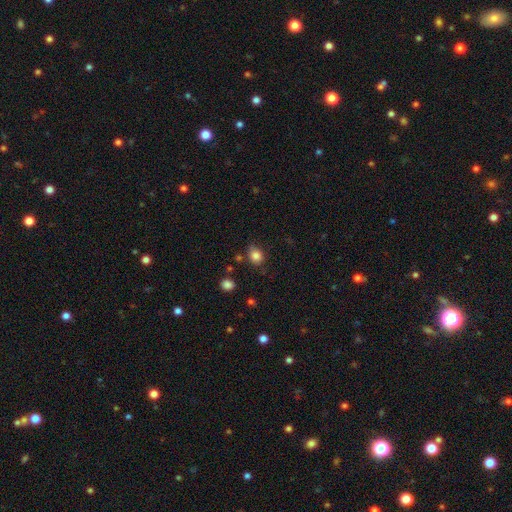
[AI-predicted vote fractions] Overall: smooth (84%). How rounded: round (60%; in between 39%). Merging: none (73%).